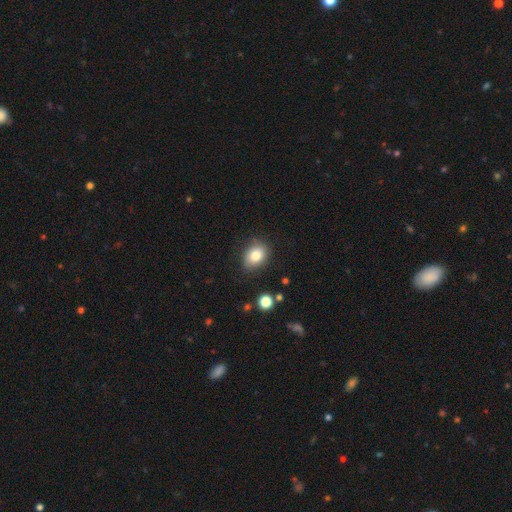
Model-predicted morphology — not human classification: smooth 82%, star or artifact 9%, featured or disk 8%. Down the decision tree: how rounded — in between (67%); merging — none (80%).